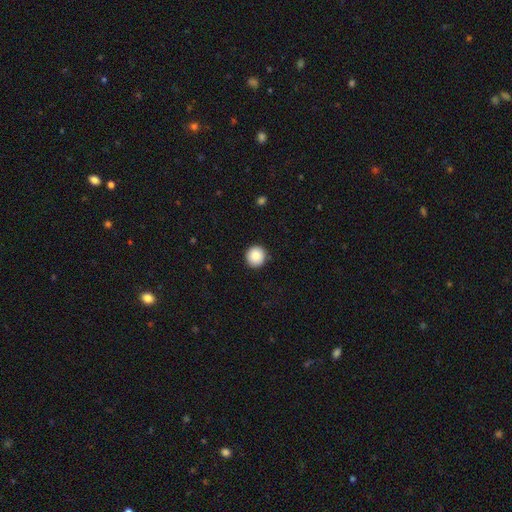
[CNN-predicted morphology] type=smooth (88%); roundness=round (95%); merging=none (91%).